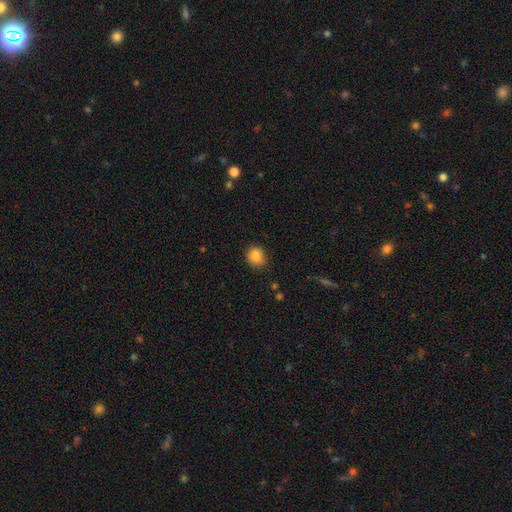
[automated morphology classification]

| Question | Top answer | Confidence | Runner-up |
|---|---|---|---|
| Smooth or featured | smooth | 86% | star or artifact (10%) |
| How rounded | round | 64% | in between (35%) |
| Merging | none | 79% | minor disturbance (17%) |